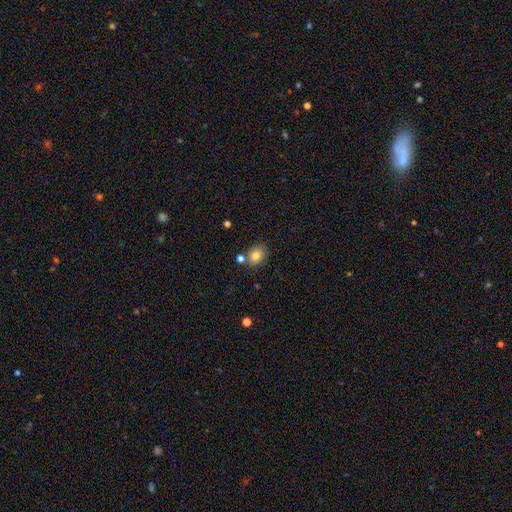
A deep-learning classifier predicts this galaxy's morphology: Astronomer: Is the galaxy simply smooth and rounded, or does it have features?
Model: smooth — 81%.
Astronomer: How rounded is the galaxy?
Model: in between — 53% (runner-up: round, 46%).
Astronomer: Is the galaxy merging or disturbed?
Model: none — 74%.